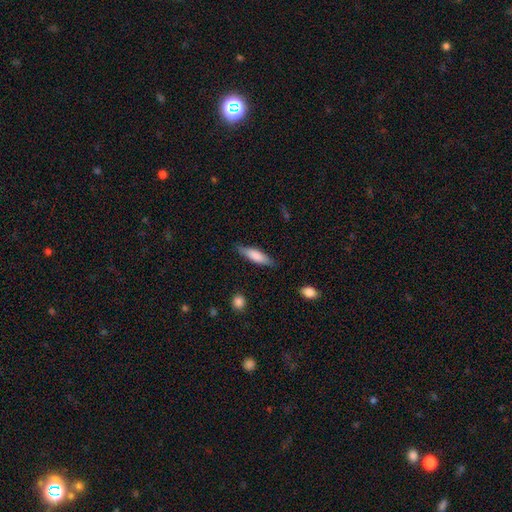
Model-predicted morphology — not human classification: smooth_or_featured: smooth (p=0.74) [alt: featured or disk p=0.20]
how_rounded: cigar-shaped (p=0.63) [alt: in between p=0.35]
merging: none (p=0.83) [alt: minor disturbance p=0.13]